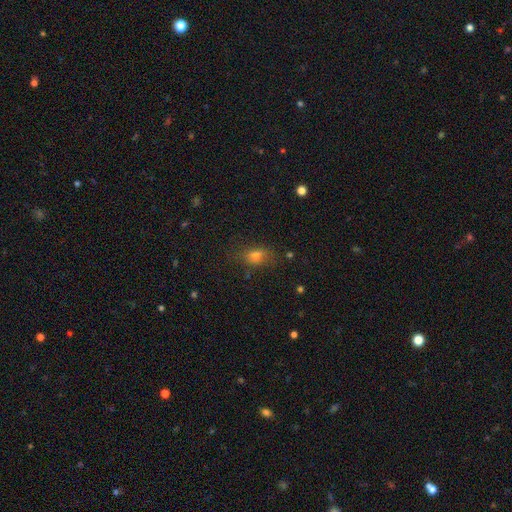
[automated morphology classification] Smooth or featured?
  - smooth: 69% *
  - star or artifact: 18%
  - featured or disk: 13%
How rounded?
  - in between: 68% *
  - round: 26%
  - cigar-shaped: 6%
Merging?
  - none: 73% *
  - minor disturbance: 17%
  - major disturbance: 7%
  - merger: 3%